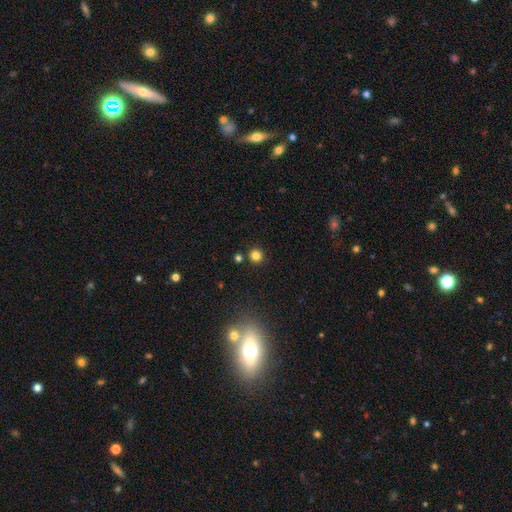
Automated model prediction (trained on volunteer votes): Smooth or featured: smooth — 81% (star or artifact — 14%)
How rounded: round — 94% (in between — 5%)
Merging: none — 87% (minor disturbance — 6%)